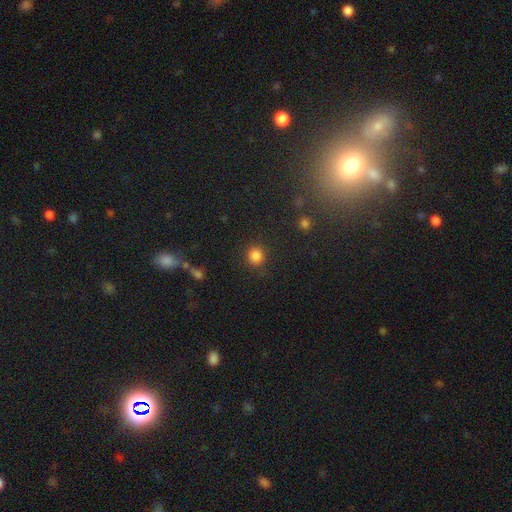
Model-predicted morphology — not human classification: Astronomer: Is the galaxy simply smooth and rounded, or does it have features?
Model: smooth — 84%.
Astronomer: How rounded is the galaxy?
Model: round — 91%.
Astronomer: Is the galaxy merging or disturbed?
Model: none — 89%.